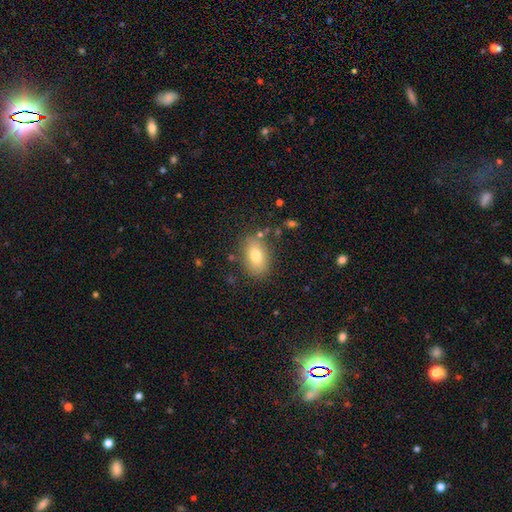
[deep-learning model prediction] smooth-or-featured: smooth: 76% | featured or disk: 15% | star or artifact: 9%
  how-rounded: in between: 85% | round: 13% | cigar-shaped: 2%
  merging: none: 81% | minor disturbance: 12% | major disturbance: 4% | merger: 3%